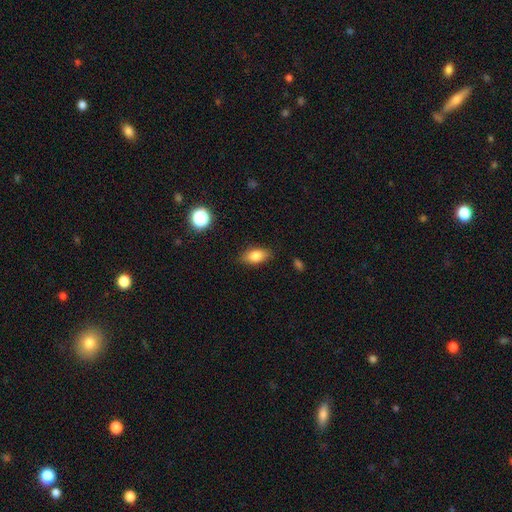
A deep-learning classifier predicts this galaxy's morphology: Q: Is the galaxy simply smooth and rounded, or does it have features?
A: smooth — 81%.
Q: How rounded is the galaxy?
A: in between — 86%.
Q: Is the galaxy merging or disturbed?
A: none — 84%.